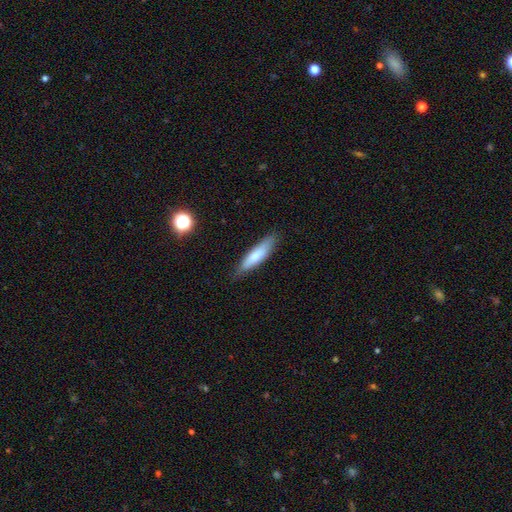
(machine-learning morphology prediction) smooth-or-featured: smooth: 76% | featured or disk: 19% | star or artifact: 6%
  how-rounded: cigar-shaped: 73% | in between: 25% | round: 1%
  merging: none: 81% | minor disturbance: 15% | major disturbance: 3% | merger: 1%